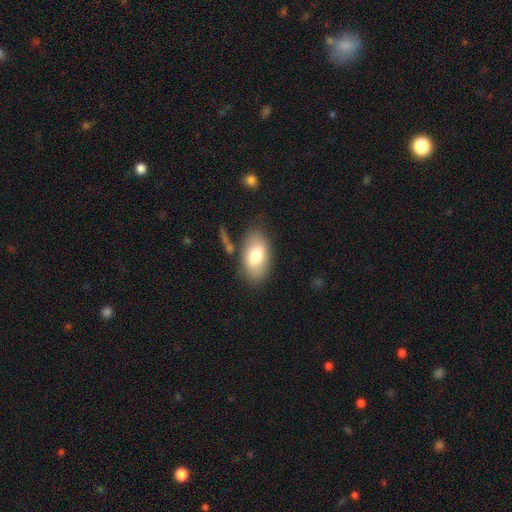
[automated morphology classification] A smooth galaxy with no disk features (75%) that is in between round and cigar-shaped (93%).

Vote fractions:
- Smooth or featured? smooth: 75% / featured or disk: 19% / star or artifact: 7%
- How rounded? in between: 93% / round: 5% / cigar-shaped: 2%
- Merging? none: 76% / minor disturbance: 15% / major disturbance: 5% / merger: 4%